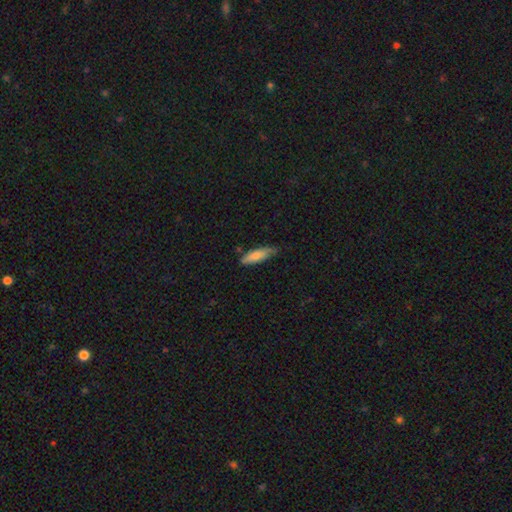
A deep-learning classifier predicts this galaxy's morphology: The model was most divided on "how rounded": cigar-shaped: 56%, in between: 42%, round: 2%. More confident: smooth or featured — smooth (76%); merging — none (64%).